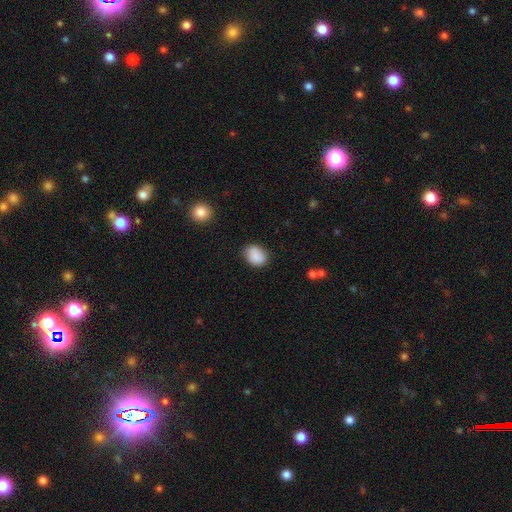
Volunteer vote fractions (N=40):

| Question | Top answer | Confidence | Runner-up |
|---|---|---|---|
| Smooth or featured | smooth | 92% | star or artifact (5%) |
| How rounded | in between | 62% | round (38%) |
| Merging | none | 79% | minor disturbance (18%) |